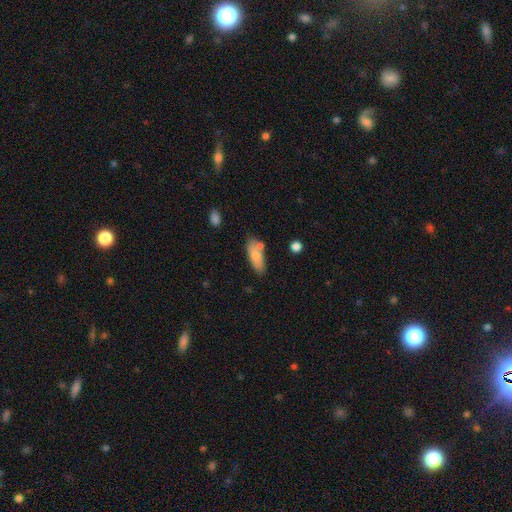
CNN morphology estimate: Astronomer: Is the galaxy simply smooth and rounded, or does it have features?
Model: smooth — 77%.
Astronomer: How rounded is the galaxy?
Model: in between — 65%.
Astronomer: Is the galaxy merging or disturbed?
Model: none — 66%.